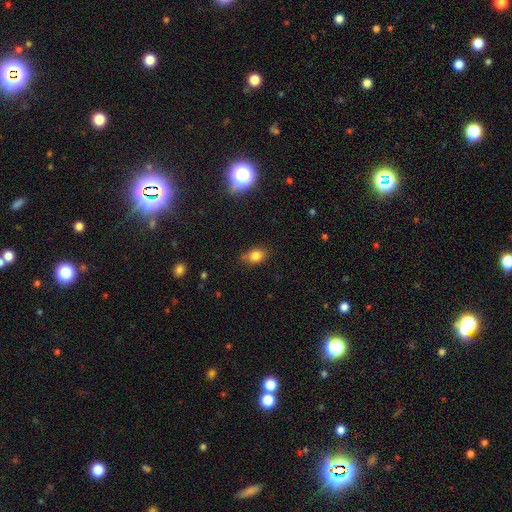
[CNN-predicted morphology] type=smooth (81%); roundness=in between (67%); merging=none (73%).